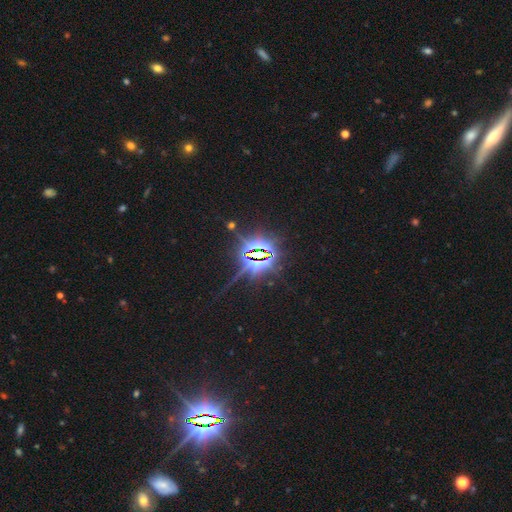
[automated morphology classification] smooth_or_featured: star or artifact (p=0.85) [alt: featured or disk p=0.09]